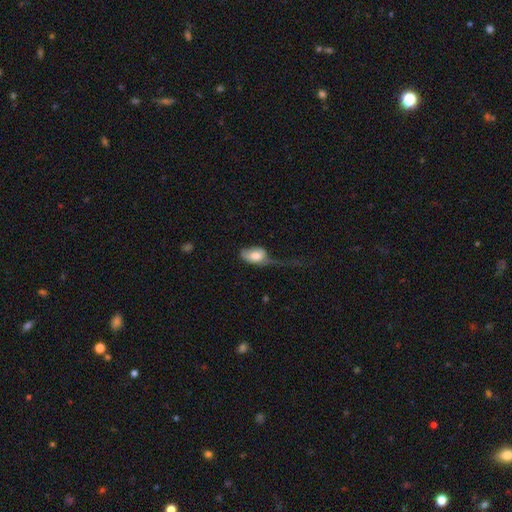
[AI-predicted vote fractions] Morphology: type=smooth (71%); roundness=in between (89%); merging=major disturbance (57%).